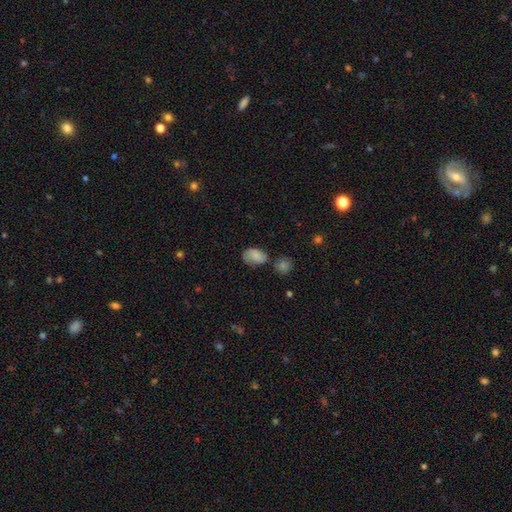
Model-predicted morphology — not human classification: type=smooth (80%); roundness=in between (84%); merging=none (50%).